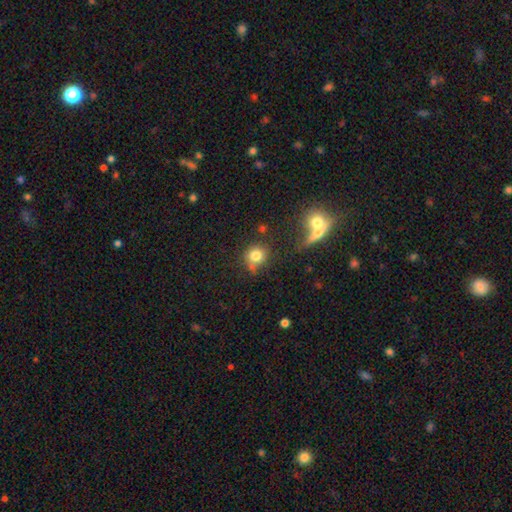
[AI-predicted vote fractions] Morphology: type=smooth (80%); roundness=round (85%); merging=none (66%).